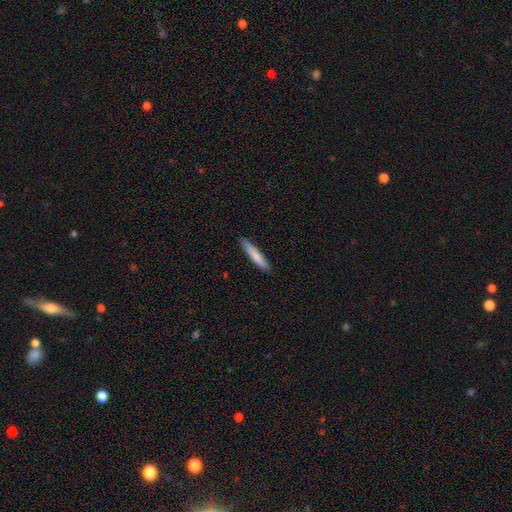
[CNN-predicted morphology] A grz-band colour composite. It shows a smooth galaxy with no disk features (79%) that is cigar-shaped (89%). Merging: none (87%).